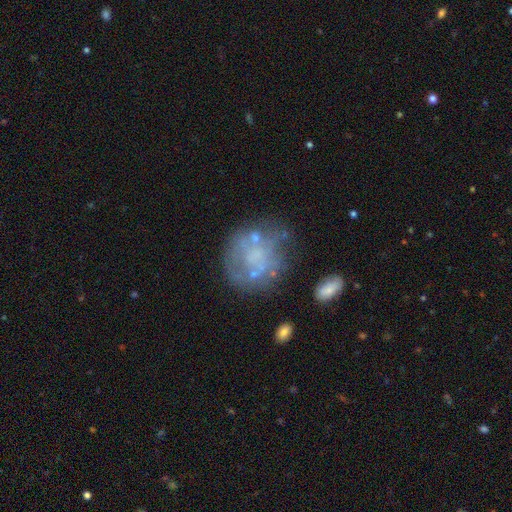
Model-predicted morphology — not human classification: Q: Smooth or featured?
A: featured or disk (54%); runner-up: smooth (34%)
Q: Edge-on disk?
A: no (98%); runner-up: yes (2%)
Q: Bar?
A: no (87%); runner-up: weak (10%)
Q: Spiral arms?
A: no (78%); runner-up: yes (22%)
Q: Bulge size?
A: none (60%); runner-up: small (23%)
Q: Merging?
A: none (54%); runner-up: minor disturbance (21%)